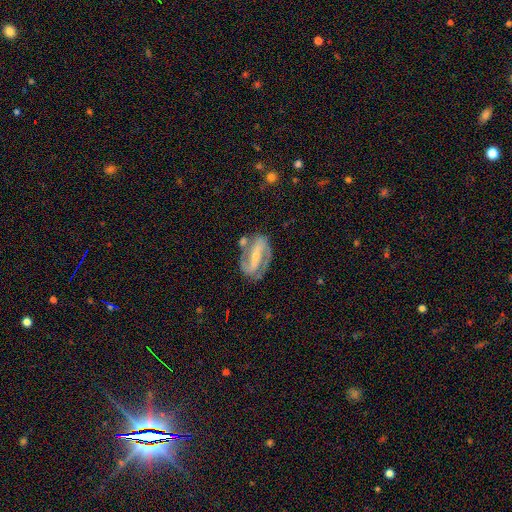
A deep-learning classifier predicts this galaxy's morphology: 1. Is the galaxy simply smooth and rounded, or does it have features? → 89% featured or disk, 7% smooth, 5% star or artifact.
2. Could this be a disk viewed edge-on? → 96% no, 4% yes.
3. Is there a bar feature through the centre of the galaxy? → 65% strong, 21% weak, 14% no.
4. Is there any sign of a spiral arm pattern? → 96% yes, 4% no.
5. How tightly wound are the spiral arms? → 48% medium, 32% tight, 20% loose.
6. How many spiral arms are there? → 92% 2, 3% can't tell, 2% 1, 1% 3, 1% 4, 1% more than 4.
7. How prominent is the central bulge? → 63% small, 32% moderate, 2% none, 1% large, 1% dominant.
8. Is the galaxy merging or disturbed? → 76% none, 15% minor disturbance, 6% major disturbance, 4% merger.